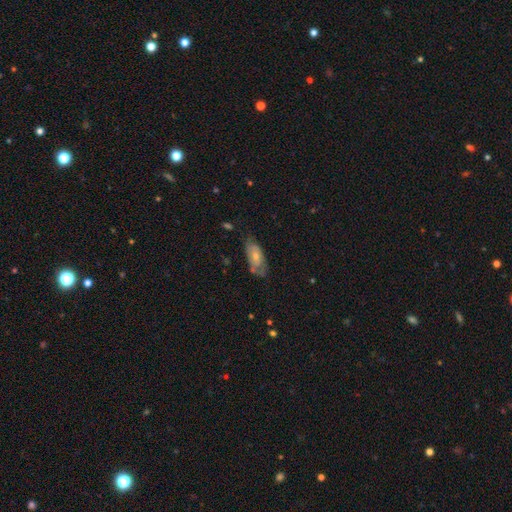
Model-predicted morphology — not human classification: smooth 56%, featured or disk 38%, star or artifact 7%. Down the decision tree: how rounded — in between (85%); merging — none (57%).